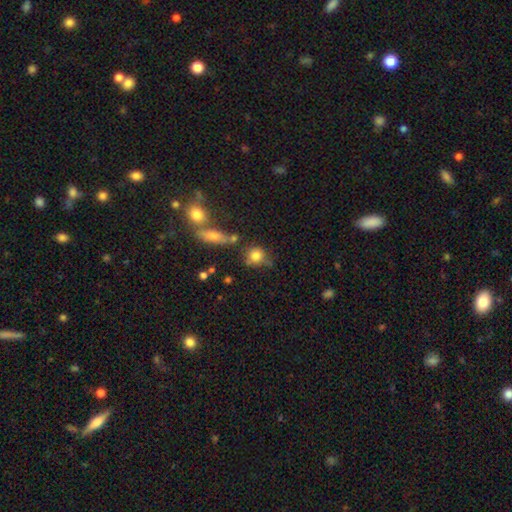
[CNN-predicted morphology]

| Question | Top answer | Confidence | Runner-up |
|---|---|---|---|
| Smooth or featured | smooth | 79% | featured or disk (10%) |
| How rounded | round | 80% | in between (17%) |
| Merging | none | 59% | minor disturbance (18%) |